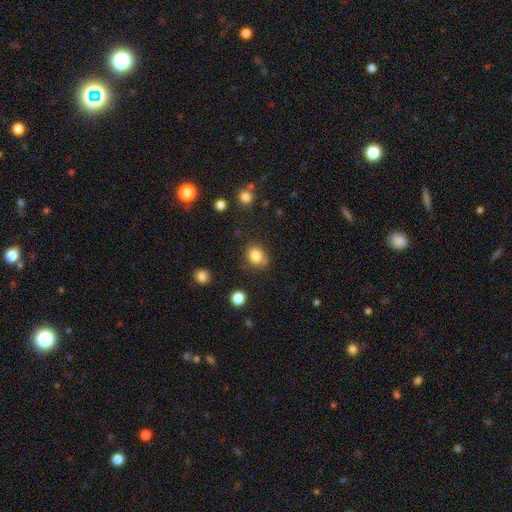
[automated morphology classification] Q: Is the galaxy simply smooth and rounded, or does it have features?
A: smooth — 82%.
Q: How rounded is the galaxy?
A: round — 64%.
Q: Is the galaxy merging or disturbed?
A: none — 72%.